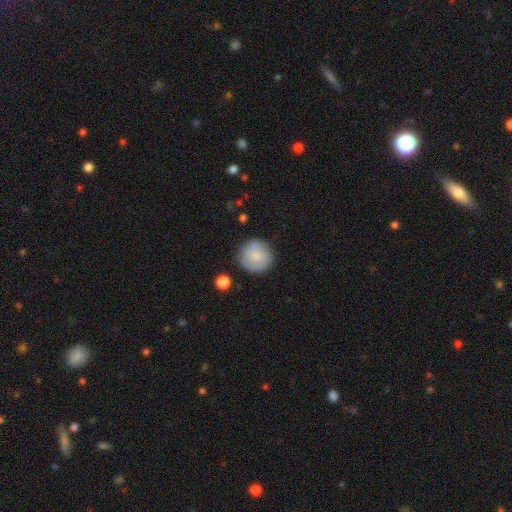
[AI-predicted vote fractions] smooth-or-featured: smooth: 69% | featured or disk: 24% | star or artifact: 7%
  how-rounded: round: 93% | in between: 6% | cigar-shaped: 1%
  merging: none: 82% | minor disturbance: 12% | major disturbance: 4% | merger: 2%